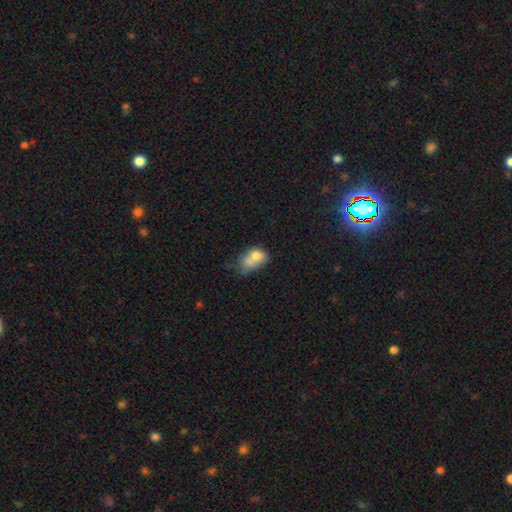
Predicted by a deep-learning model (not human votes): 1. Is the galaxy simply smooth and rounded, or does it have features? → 71% smooth, 18% featured or disk, 11% star or artifact.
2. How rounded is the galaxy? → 76% in between, 22% round, 2% cigar-shaped.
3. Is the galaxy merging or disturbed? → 36% merger, 23% minor disturbance, 21% major disturbance, 20% none.